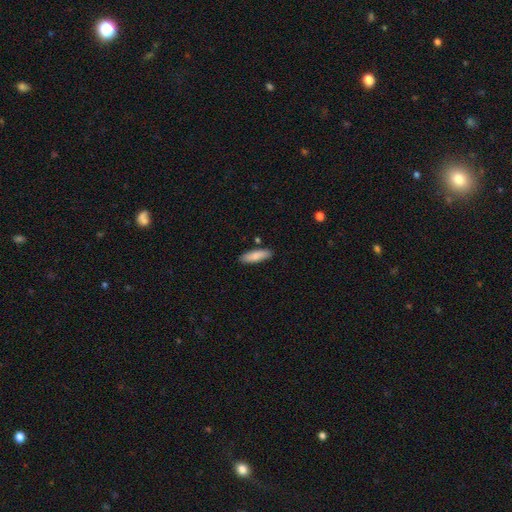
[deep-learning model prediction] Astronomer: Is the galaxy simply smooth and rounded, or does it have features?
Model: smooth — 81%.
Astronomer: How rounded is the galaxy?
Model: cigar-shaped — 52% (runner-up: in between, 46%).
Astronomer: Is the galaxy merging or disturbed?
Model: none — 87%.